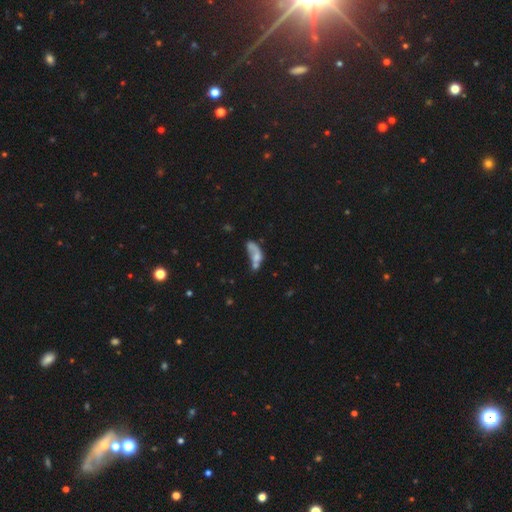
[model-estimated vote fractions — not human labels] The model was most divided on "smooth or featured": smooth: 54%, featured or disk: 33%, star or artifact: 13%. Remaining: how rounded — in between (76%); merging — merger (46%).